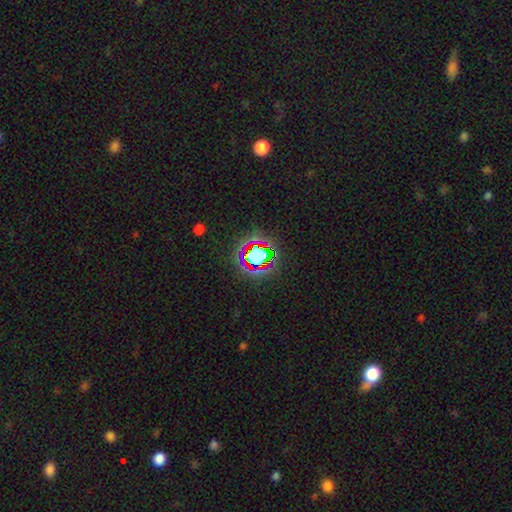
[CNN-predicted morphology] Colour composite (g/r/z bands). It shows a star or artifact, not a galaxy (61%).